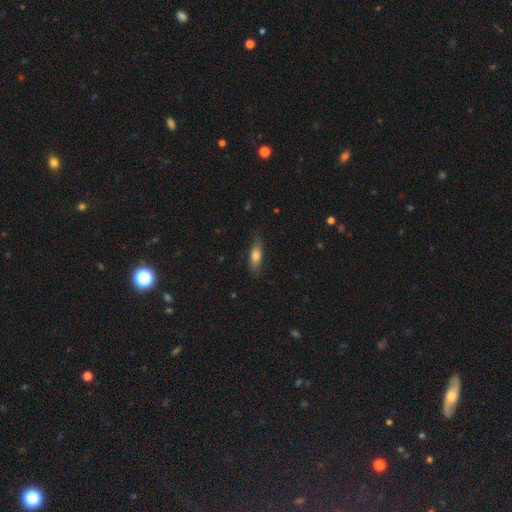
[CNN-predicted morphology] Smooth or featured?
  - smooth: 72% *
  - featured or disk: 21%
  - star or artifact: 7%
How rounded?
  - in between: 60% *
  - cigar-shaped: 37%
  - round: 3%
Merging?
  - none: 77% *
  - minor disturbance: 18%
  - major disturbance: 4%
  - merger: 1%